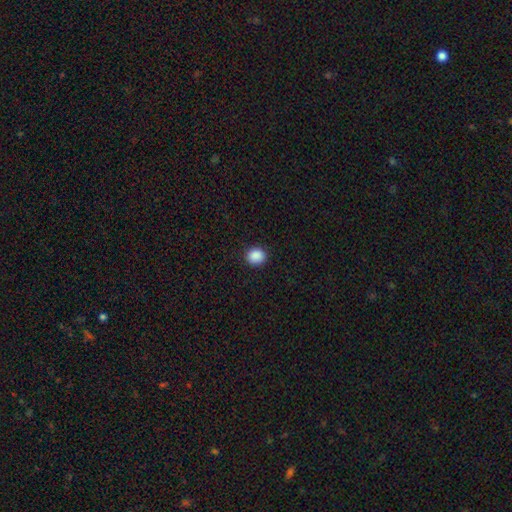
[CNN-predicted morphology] type=smooth (89%); roundness=round (77%); merging=none (91%).